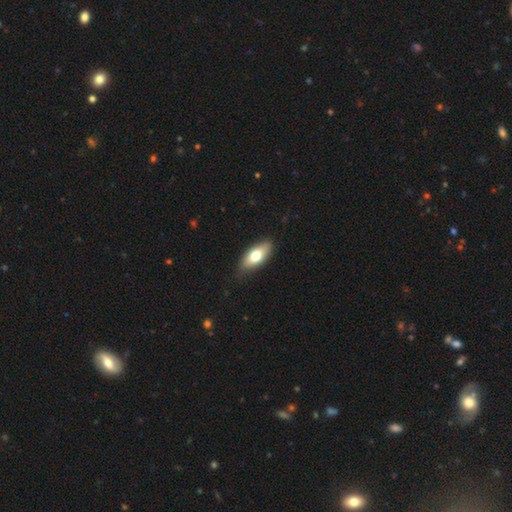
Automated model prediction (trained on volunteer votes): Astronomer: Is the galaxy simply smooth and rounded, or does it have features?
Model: smooth — 69%.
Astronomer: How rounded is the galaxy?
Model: in between — 84%.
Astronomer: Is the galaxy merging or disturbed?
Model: none — 84%.